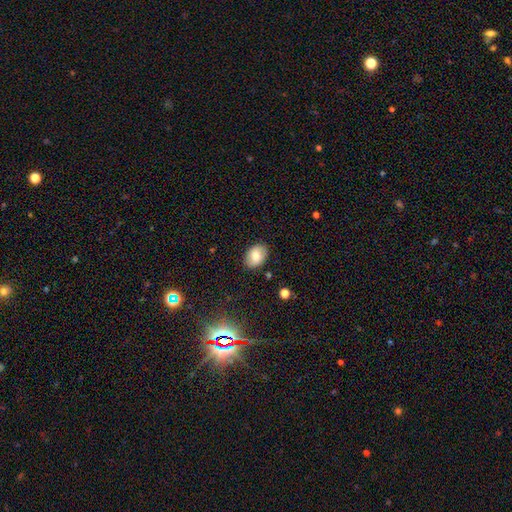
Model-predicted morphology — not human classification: Smooth or featured? Predicted: smooth (p=0.75). How rounded? Predicted: in between (p=0.80). Merging? Predicted: none (p=0.86).